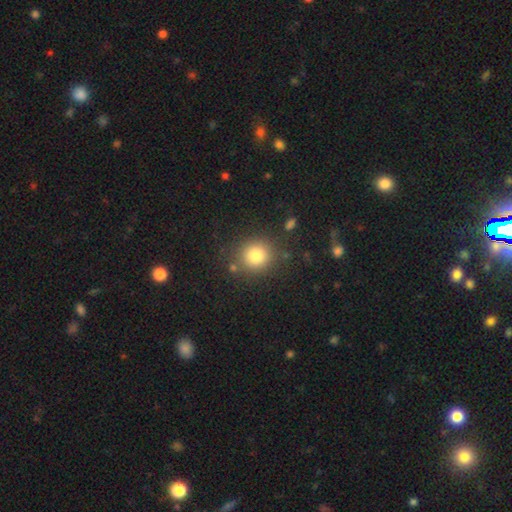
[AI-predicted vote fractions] Q: Smooth or featured?
A: smooth (80%); runner-up: star or artifact (12%)
Q: How rounded?
A: round (89%); runner-up: in between (10%)
Q: Merging?
A: none (84%); runner-up: minor disturbance (9%)